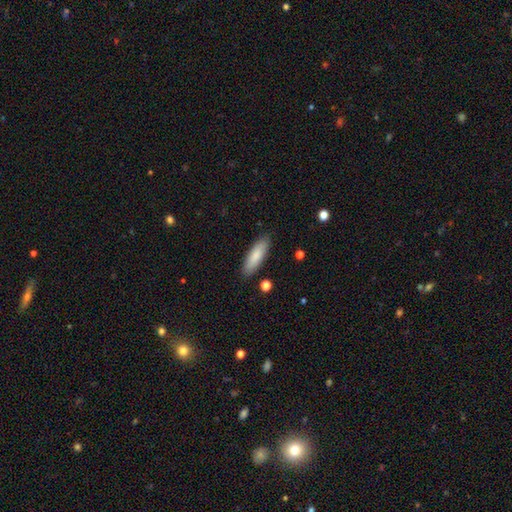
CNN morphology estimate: smooth_or_featured: smooth (p=0.83) [alt: featured or disk p=0.11]
how_rounded: in between (p=0.50) [alt: cigar-shaped p=0.48]
merging: none (p=0.87) [alt: minor disturbance p=0.09]